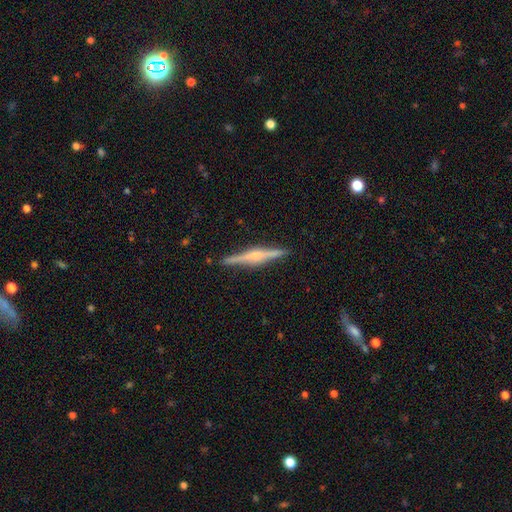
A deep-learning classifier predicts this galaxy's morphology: featured or disk 78%, smooth 16%, star or artifact 6%. Down the decision tree: edge-on disk — yes (98%); edge-on bulge — rounded (80%); merging — none (91%).